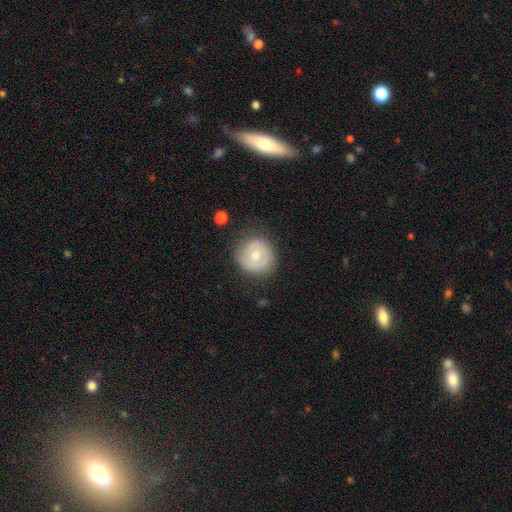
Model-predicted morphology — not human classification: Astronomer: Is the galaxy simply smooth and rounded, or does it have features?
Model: smooth — 52% (runner-up: featured or disk, 41%).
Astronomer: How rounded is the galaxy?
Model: round — 90%.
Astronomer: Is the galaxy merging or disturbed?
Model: none — 74%.